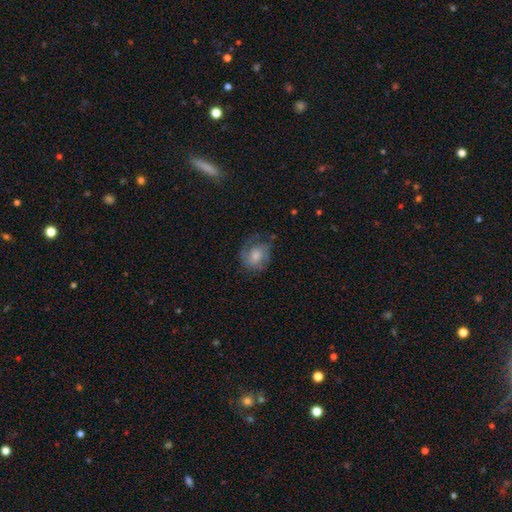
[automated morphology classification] This is possibly a smooth galaxy (47%). Merging: possibly none (54%).